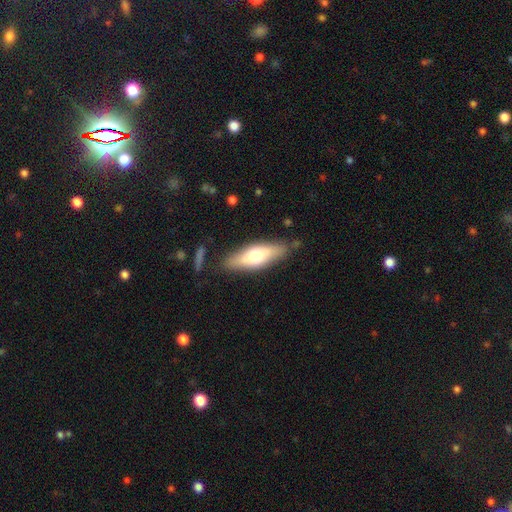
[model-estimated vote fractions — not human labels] This appears to be a smooth galaxy with no disk features (57%) that is in between round and cigar-shaped (52%). Merging: none (81%).